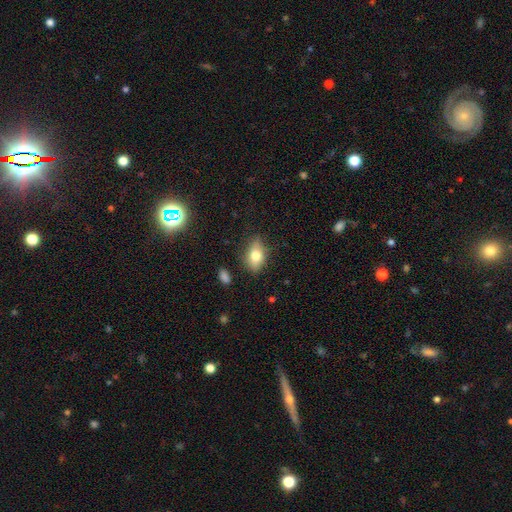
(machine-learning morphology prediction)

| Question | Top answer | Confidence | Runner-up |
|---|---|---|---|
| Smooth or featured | smooth | 72% | featured or disk (19%) |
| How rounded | in between | 80% | round (15%) |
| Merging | none | 73% | minor disturbance (20%) |